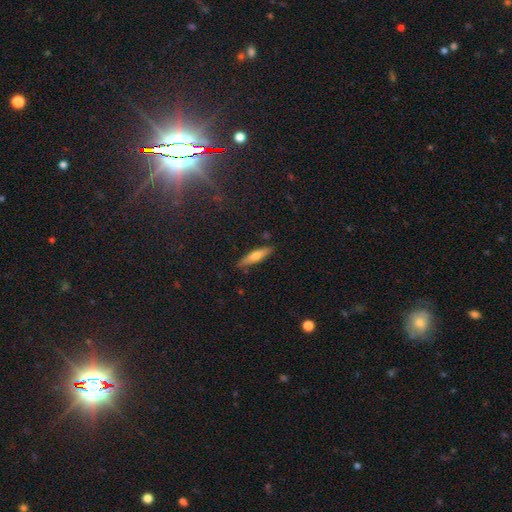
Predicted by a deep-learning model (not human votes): A smooth galaxy with no disk features (66%) that is cigar-shaped (73%). Merging: none (83%).